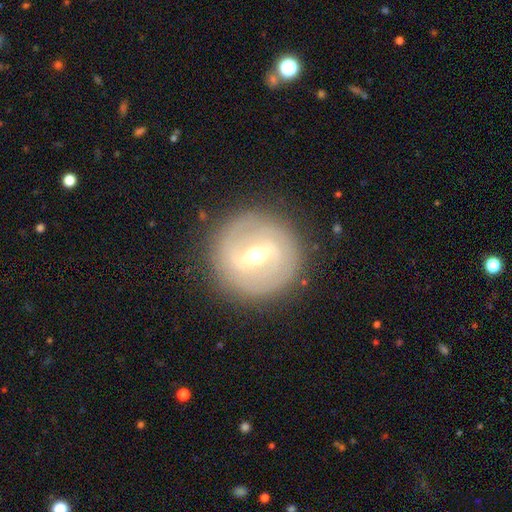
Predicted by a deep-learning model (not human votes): The model was most divided on "bar": strong: 52%, weak: 39%, no: 9%. More confident: edge-on disk — no (93%); merging — none (86%); smooth or featured — featured or disk (78%); spiral arms — yes (68%); bulge size — moderate (66%).